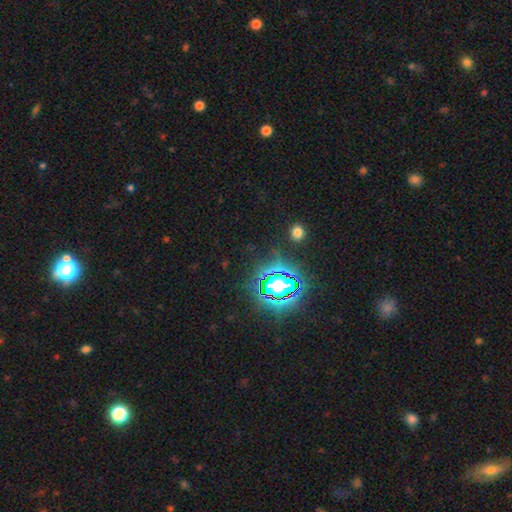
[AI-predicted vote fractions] Smooth or featured?
  - star or artifact: 80% *
  - smooth: 12%
  - featured or disk: 7%